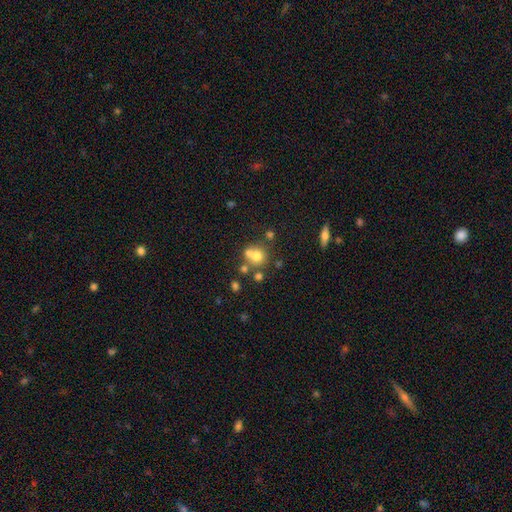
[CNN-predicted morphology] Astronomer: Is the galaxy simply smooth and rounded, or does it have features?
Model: smooth — 66%.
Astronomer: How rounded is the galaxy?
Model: round — 84%.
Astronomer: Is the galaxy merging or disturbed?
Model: none — 49% (runner-up: merger, 38%).